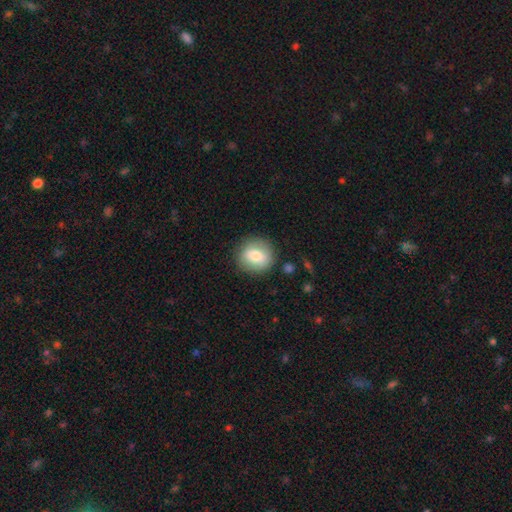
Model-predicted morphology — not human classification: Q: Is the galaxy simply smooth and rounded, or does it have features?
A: smooth — 74%.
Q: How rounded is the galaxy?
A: round — 84%.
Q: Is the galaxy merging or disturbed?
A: none — 85%.